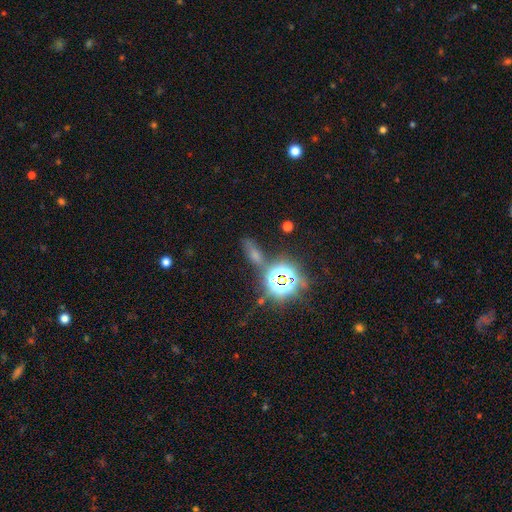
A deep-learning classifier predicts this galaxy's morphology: Smooth or featured: smooth — 45% (star or artifact — 42%)
Merging: none — 61% (minor disturbance — 19%)